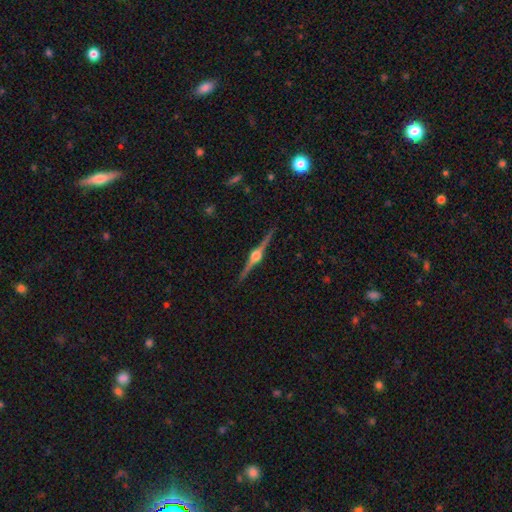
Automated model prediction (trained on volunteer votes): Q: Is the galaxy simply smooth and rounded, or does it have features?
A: featured or disk — 90%.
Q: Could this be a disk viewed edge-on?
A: yes — 99%.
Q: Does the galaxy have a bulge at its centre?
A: rounded — 95%.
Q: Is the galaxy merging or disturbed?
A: none — 92%.